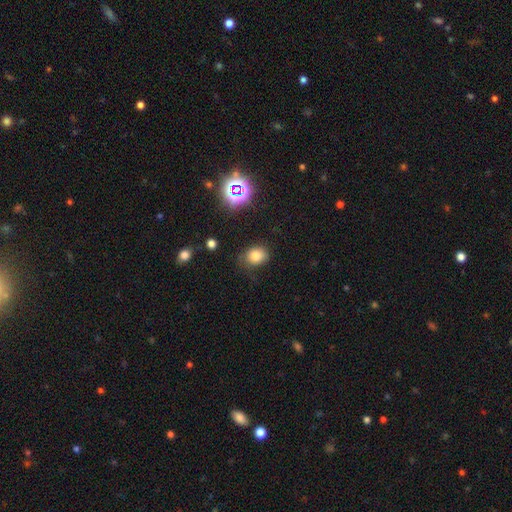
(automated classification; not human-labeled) Q: Smooth or featured?
A: smooth (77%); runner-up: star or artifact (15%)
Q: How rounded?
A: in between (50%); runner-up: round (49%)
Q: Merging?
A: none (68%); runner-up: minor disturbance (23%)